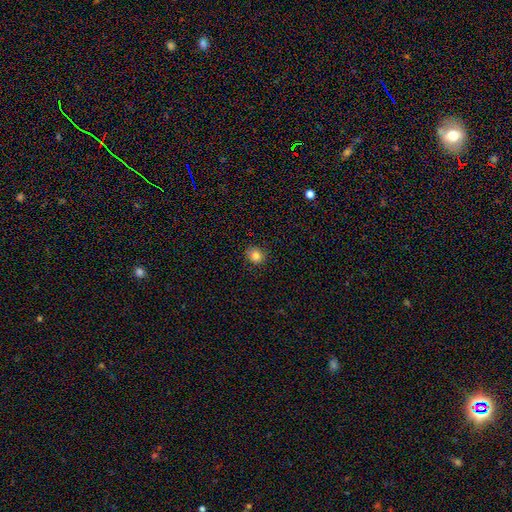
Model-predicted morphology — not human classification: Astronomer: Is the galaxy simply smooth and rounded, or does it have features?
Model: smooth — 83%.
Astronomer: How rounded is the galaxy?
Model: round — 85%.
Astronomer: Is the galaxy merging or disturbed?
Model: none — 88%.